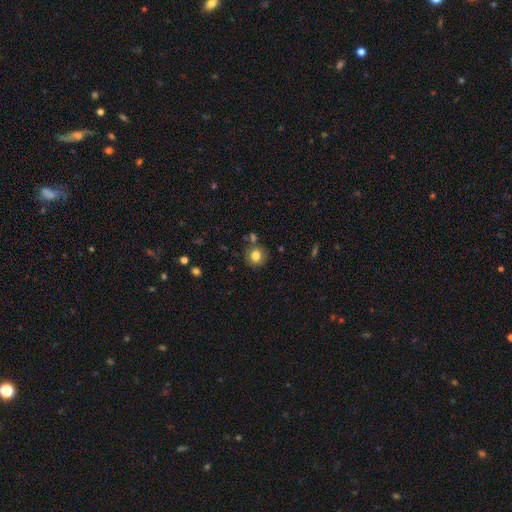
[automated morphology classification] This appears to be a smooth galaxy with no disk features (81%) that is round (90%). Merging: none (79%).